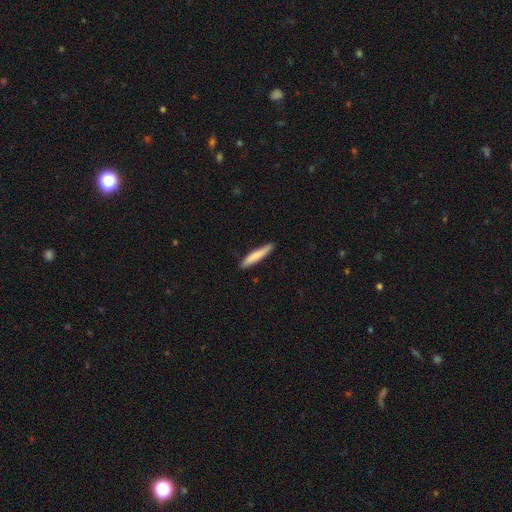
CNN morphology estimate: type=smooth (77%); roundness=cigar-shaped (92%); merging=none (88%).